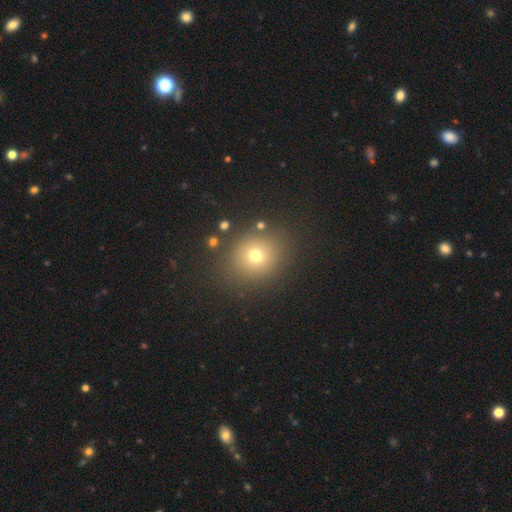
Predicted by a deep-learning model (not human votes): smooth_or_featured: smooth (p=0.70) [alt: star or artifact p=0.19]
how_rounded: round (p=0.79) [alt: in between p=0.20]
merging: none (p=0.84) [alt: minor disturbance p=0.09]